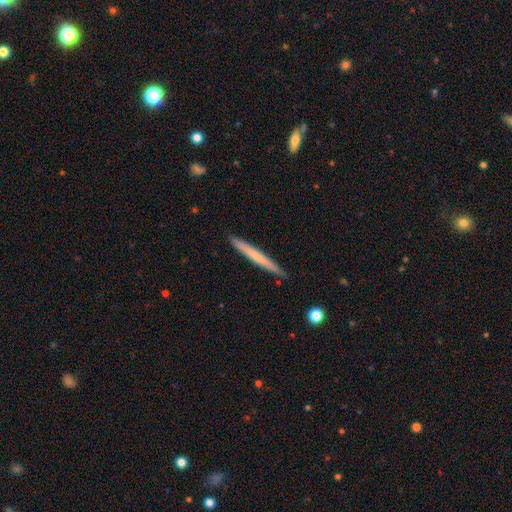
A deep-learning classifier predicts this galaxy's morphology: smooth 59%, featured or disk 36%, star or artifact 5%. Down the decision tree: how rounded — cigar-shaped (97%); merging — none (90%).